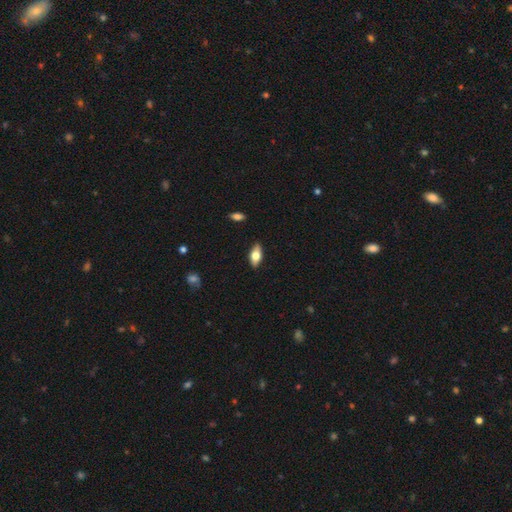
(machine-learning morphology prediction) This is likely a smooth galaxy (66%). How rounded: clearly in between (84%). Merging: clearly none (87%).